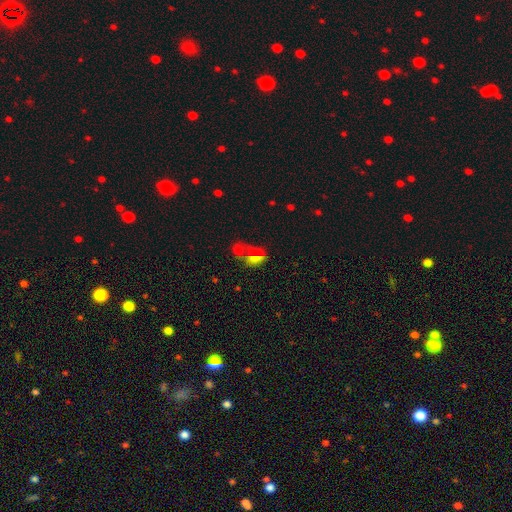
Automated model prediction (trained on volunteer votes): This is possibly a smooth galaxy (48%). Merging: marginally merger (38%).